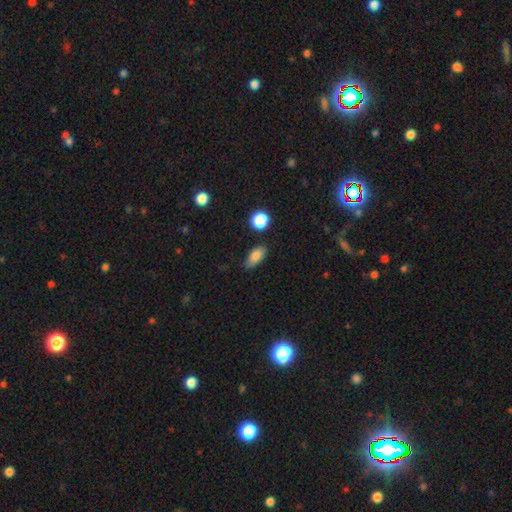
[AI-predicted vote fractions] smooth-or-featured: smooth: 84% | star or artifact: 9% | featured or disk: 7%
  how-rounded: in between: 85% | cigar-shaped: 8% | round: 7%
  merging: none: 77% | minor disturbance: 17% | major disturbance: 3% | merger: 3%